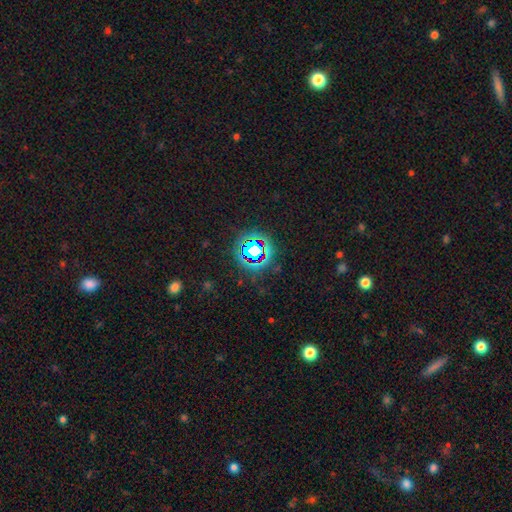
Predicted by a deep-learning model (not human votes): The model was most divided on "smooth or featured": star or artifact: 78%, smooth: 13%, featured or disk: 8%.